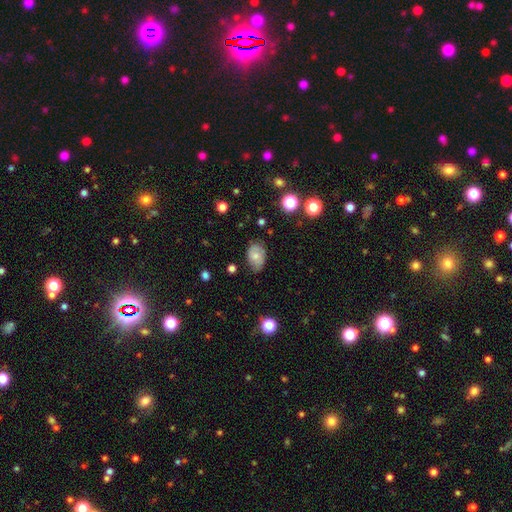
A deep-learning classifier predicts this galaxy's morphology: Overall: smooth (63%; featured or disk 27%). How rounded: in between (81%). Merging: none (65%; minor disturbance 27%).